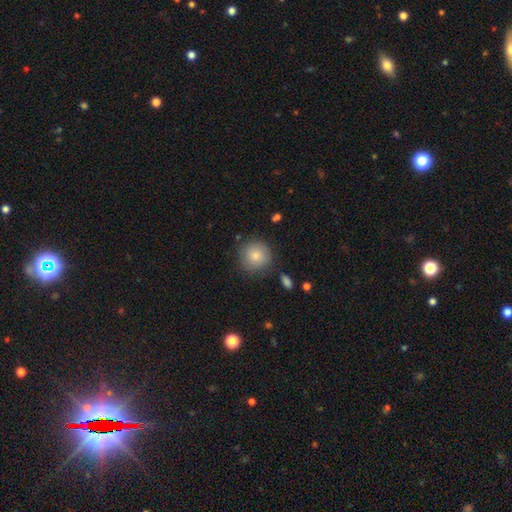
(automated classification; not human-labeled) This is clearly a smooth galaxy (82%). How rounded: clearly round (94%). Merging: clearly none (82%).